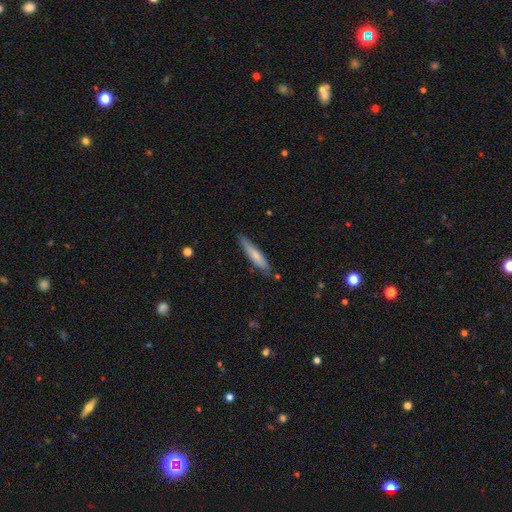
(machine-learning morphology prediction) Smooth or featured: smooth — 65% (featured or disk — 29%)
How rounded: cigar-shaped — 86% (in between — 12%)
Merging: none — 81% (minor disturbance — 14%)